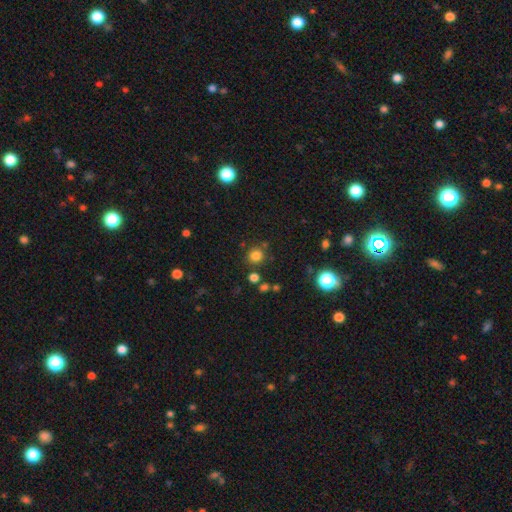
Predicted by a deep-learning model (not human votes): Q: Smooth or featured?
A: smooth (79%); runner-up: star or artifact (16%)
Q: How rounded?
A: round (91%); runner-up: in between (8%)
Q: Merging?
A: none (81%); runner-up: minor disturbance (9%)